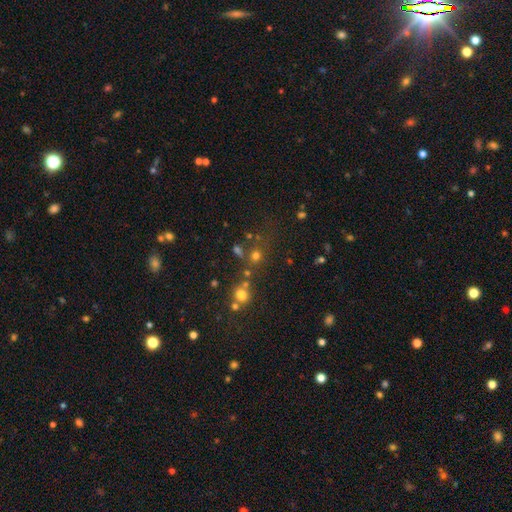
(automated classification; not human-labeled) Q: Smooth or featured?
A: smooth (66%); runner-up: star or artifact (25%)
Q: How rounded?
A: round (80%); runner-up: in between (19%)
Q: Merging?
A: none (65%); runner-up: merger (19%)